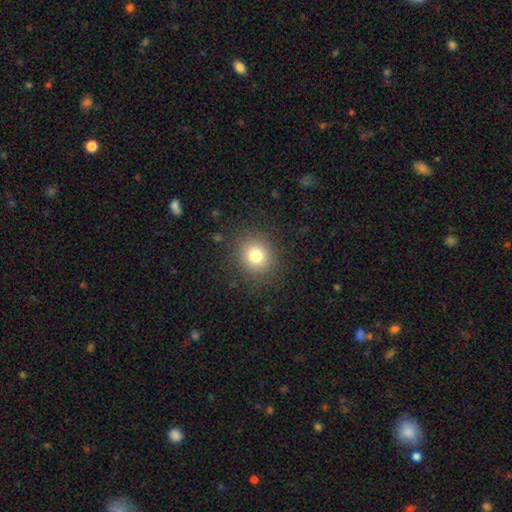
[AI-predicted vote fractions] Smooth or featured? Predicted: smooth (p=0.78). How rounded? Predicted: round (p=0.83). Merging? Predicted: none (p=0.87).